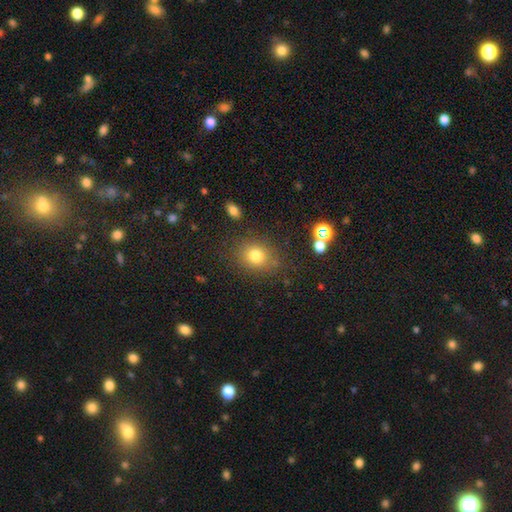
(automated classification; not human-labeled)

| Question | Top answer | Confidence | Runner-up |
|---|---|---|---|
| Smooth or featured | smooth | 77% | star or artifact (14%) |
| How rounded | round | 60% | in between (38%) |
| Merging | none | 80% | minor disturbance (12%) |